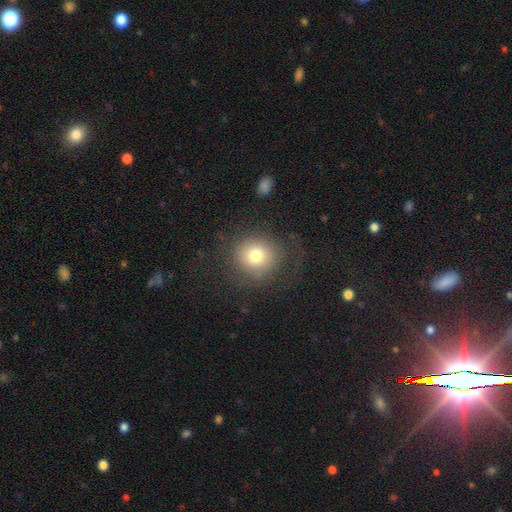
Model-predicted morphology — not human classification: The model was most divided on "merging": none: 70%, major disturbance: 15%, minor disturbance: 13%, merger: 2%. More confident: how rounded — round (88%); smooth or featured — smooth (73%).